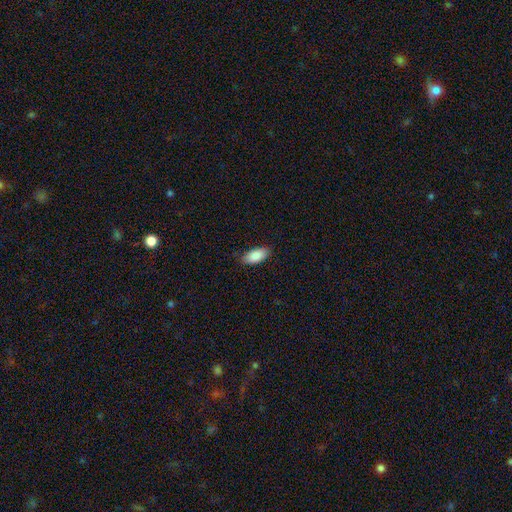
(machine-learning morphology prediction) smooth 87%, featured or disk 7%, star or artifact 6%. Down the decision tree: how rounded — in between (91%); merging — none (83%).